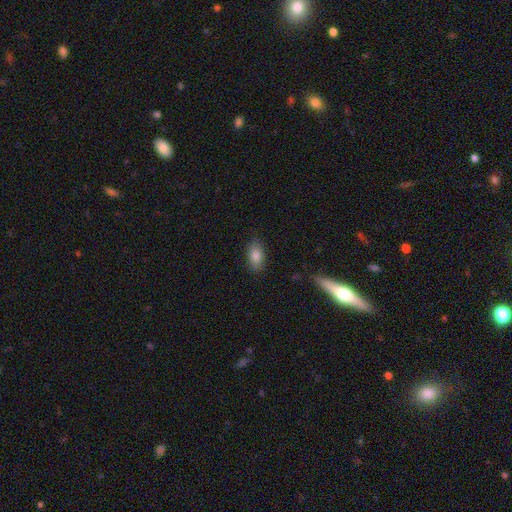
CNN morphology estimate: type=smooth (82%); roundness=in between (89%); merging=none (84%).